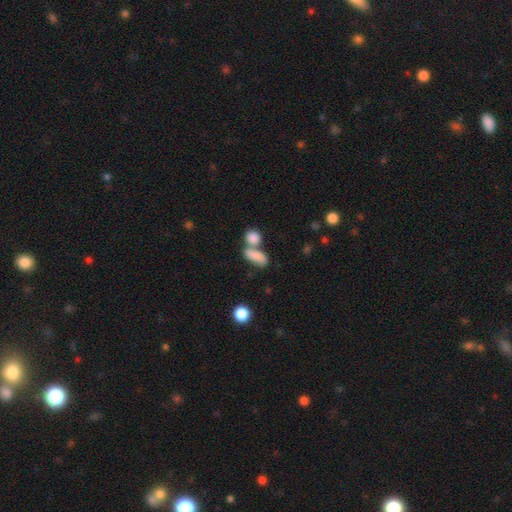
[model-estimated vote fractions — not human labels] Smooth or featured? Predicted: smooth (p=0.77). How rounded? Predicted: in between (p=0.74). Merging? Predicted: merger (p=0.56).